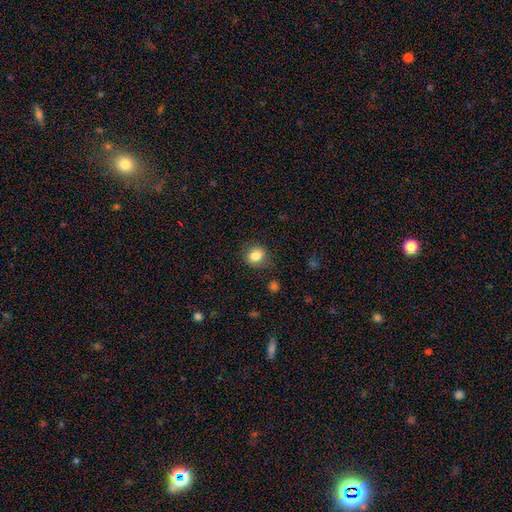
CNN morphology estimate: This is clearly a smooth galaxy (84%). How rounded: likely round (73%). Merging: clearly none (83%).